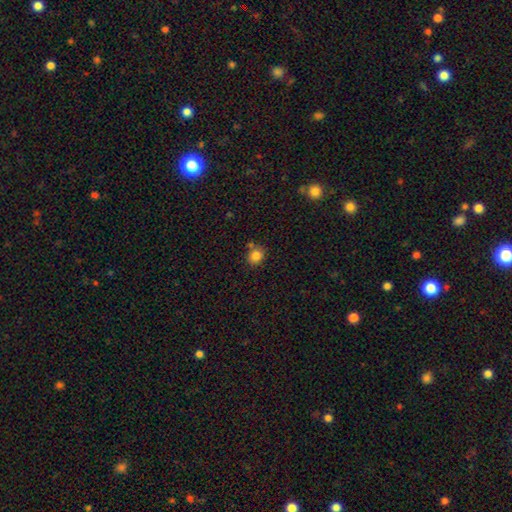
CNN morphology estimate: Smooth or featured? smooth (83%)
How rounded? round (74%)
Merging? none (70%)